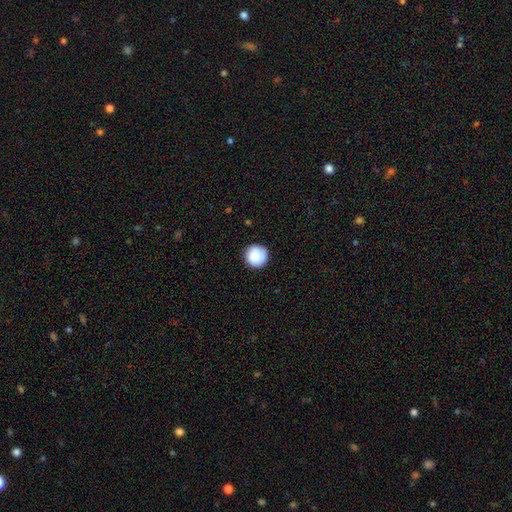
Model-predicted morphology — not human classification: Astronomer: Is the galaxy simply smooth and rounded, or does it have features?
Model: smooth — 86%.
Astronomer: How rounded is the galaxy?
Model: round — 96%.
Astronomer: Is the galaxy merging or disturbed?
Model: none — 89%.